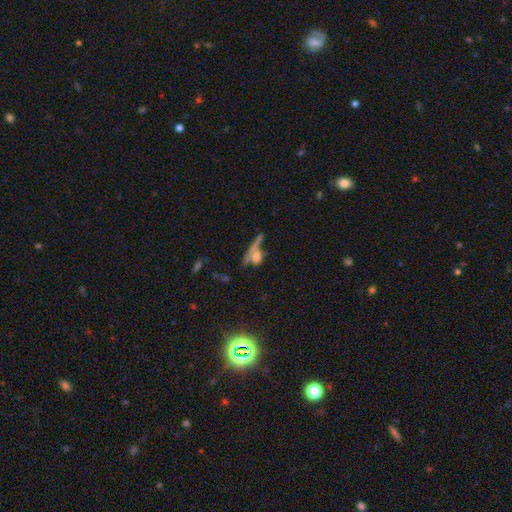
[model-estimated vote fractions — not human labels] The model was most divided on "merging": none: 36%, merger: 32%, major disturbance: 19%, minor disturbance: 13%. Remaining: smooth or featured — smooth (49%).